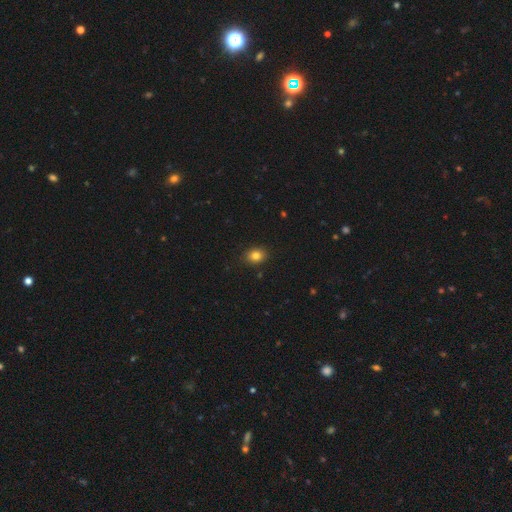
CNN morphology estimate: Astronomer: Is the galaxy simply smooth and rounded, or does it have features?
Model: smooth — 82%.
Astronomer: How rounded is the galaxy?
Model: in between — 55% (runner-up: round, 44%).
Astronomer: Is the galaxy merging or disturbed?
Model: none — 87%.